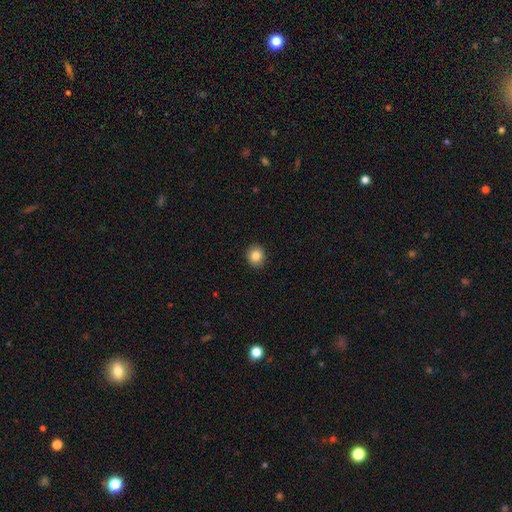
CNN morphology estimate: type=smooth (84%); roundness=round (81%); merging=none (91%).